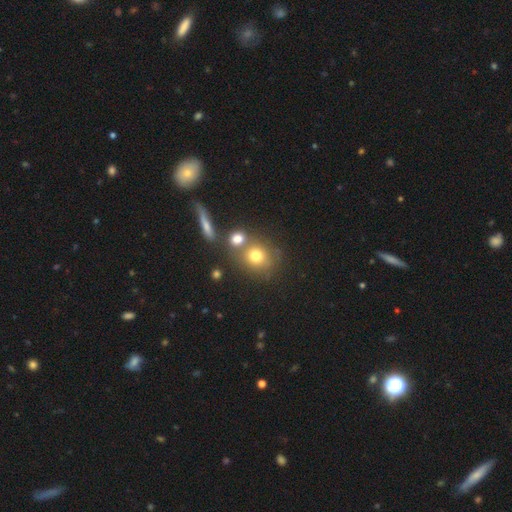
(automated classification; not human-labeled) Overall: smooth (73%). How rounded: round (80%). Merging: none (55%; merger 30%).